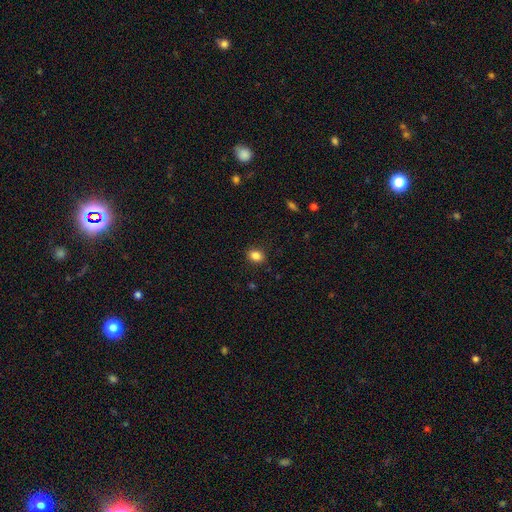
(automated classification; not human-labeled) smooth 85%, star or artifact 10%, featured or disk 5%. Down the decision tree: how rounded — in between (63%); merging — none (88%).